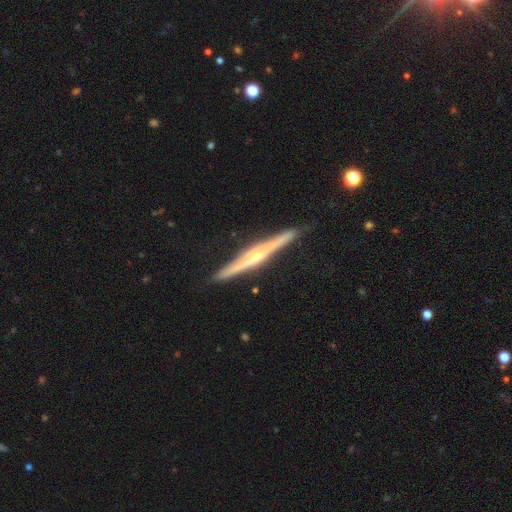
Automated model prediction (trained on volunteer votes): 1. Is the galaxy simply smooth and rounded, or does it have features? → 82% featured or disk, 13% smooth, 5% star or artifact.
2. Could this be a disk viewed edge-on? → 98% yes, 2% no.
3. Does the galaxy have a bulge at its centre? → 78% rounded, 12% none, 9% boxy.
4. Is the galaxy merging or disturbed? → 89% none, 8% minor disturbance, 2% major disturbance, 1% merger.